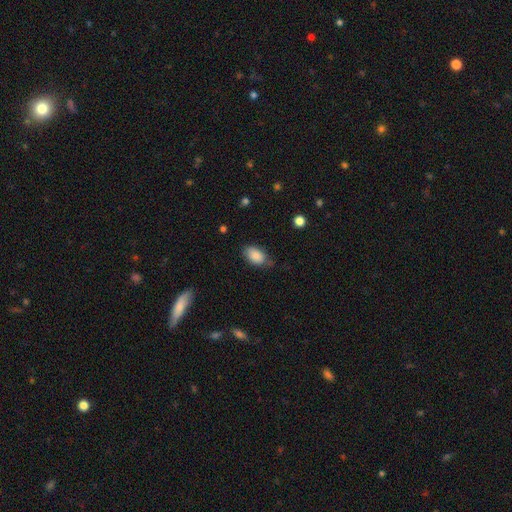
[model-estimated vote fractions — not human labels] Overall: smooth (87%). How rounded: in between (91%). Merging: none (65%; minor disturbance 27%).